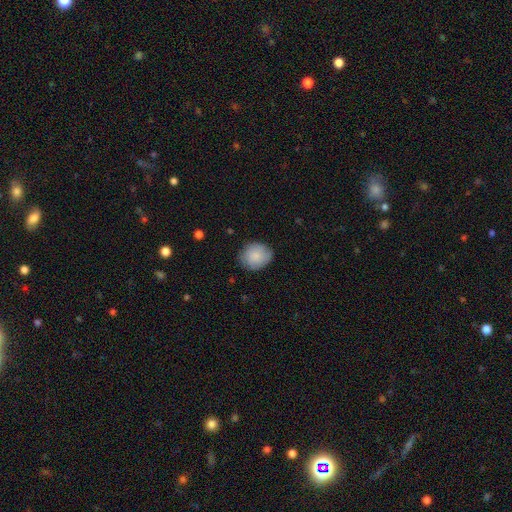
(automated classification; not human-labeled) smooth_or_featured: smooth (p=0.84) [alt: featured or disk p=0.10]
how_rounded: round (p=0.71) [alt: in between p=0.28]
merging: none (p=0.78) [alt: minor disturbance p=0.18]